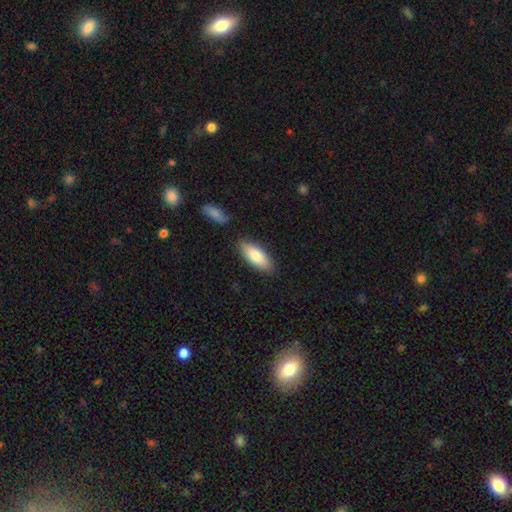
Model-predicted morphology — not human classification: A smooth galaxy with no disk features (82%) that is in between round and cigar-shaped (77%). Merging: none (83%).